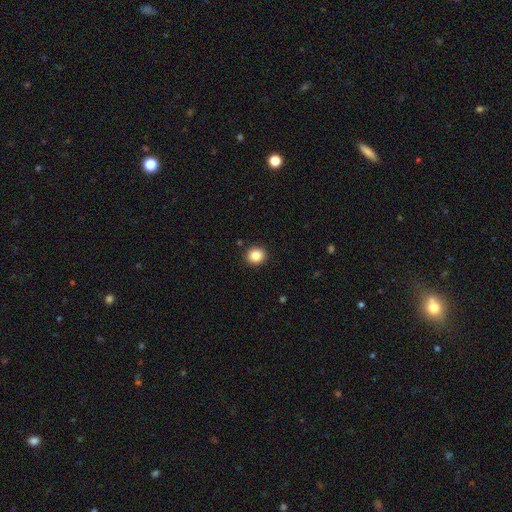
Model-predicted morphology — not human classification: The model was most divided on "how rounded": round: 86%, in between: 13%, cigar-shaped: 1%. More confident: merging — none (91%); smooth or featured — smooth (86%).